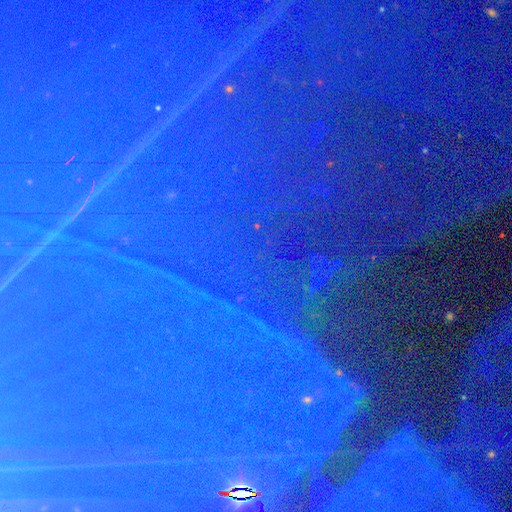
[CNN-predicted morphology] star or artifact 87%, featured or disk 7%, smooth 6%.